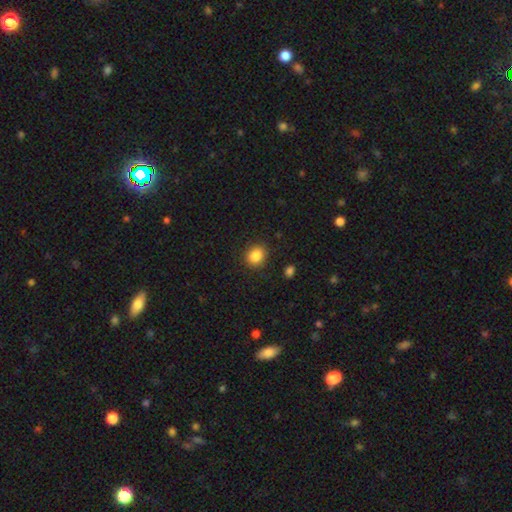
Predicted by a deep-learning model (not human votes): smooth-or-featured: smooth: 86% | star or artifact: 10% | featured or disk: 5%
  how-rounded: round: 61% | in between: 39% | cigar-shaped: 1%
  merging: none: 86% | minor disturbance: 10% | major disturbance: 3% | merger: 1%